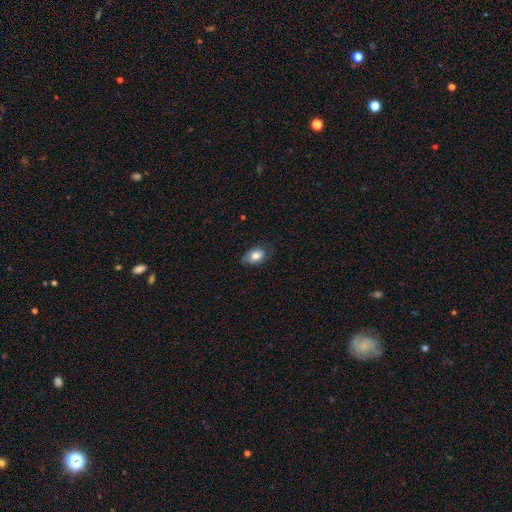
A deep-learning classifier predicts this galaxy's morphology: This is likely a smooth galaxy (78%). How rounded: clearly in between (85%). Merging: likely none (69%).